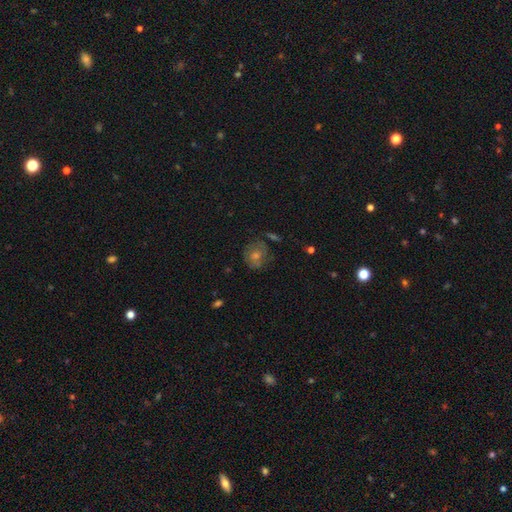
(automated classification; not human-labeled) smooth 43%, featured or disk 33%, star or artifact 24%. Down the decision tree: merging — none (71%).